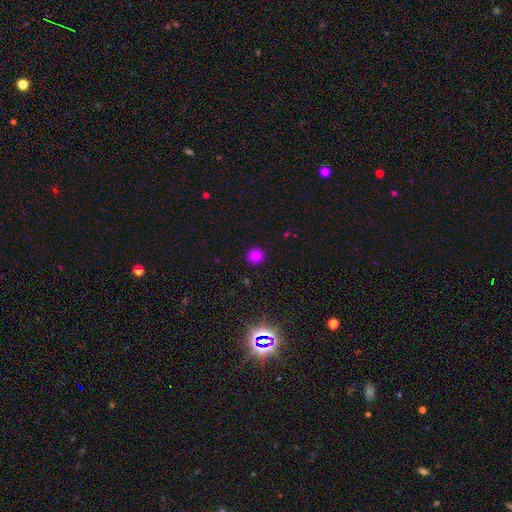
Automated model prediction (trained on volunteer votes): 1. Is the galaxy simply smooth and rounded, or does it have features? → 80% smooth, 14% star or artifact, 6% featured or disk.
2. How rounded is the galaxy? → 94% round, 5% in between, 1% cigar-shaped.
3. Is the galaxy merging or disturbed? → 92% none, 5% minor disturbance, 2% major disturbance, 1% merger.